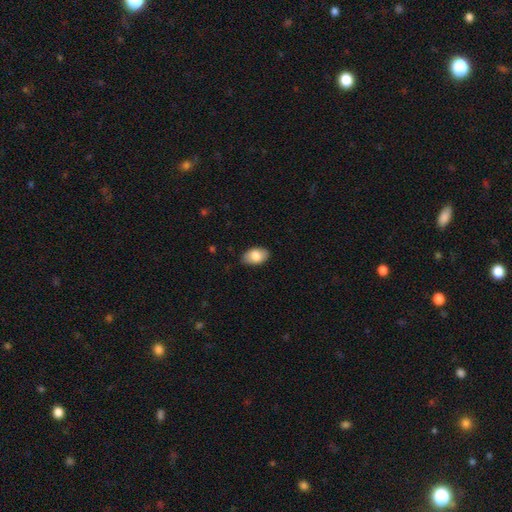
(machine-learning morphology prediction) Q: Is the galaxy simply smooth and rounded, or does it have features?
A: smooth — 82%.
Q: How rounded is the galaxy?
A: in between — 92%.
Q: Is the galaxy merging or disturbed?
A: none — 83%.